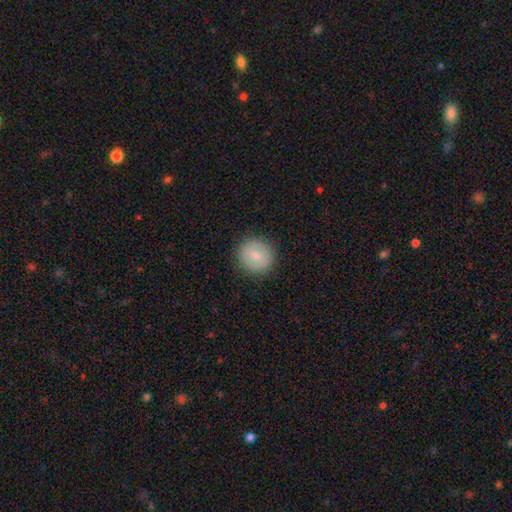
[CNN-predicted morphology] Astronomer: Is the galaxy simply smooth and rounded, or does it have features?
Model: smooth — 76%.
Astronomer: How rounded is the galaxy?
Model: round — 91%.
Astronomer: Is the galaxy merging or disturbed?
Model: none — 89%.